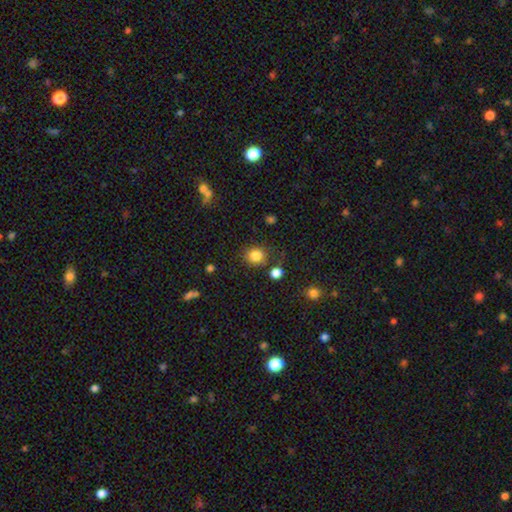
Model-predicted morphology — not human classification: This appears to be a smooth galaxy with no disk features (84%) that is round (80%). Merging: none (79%).